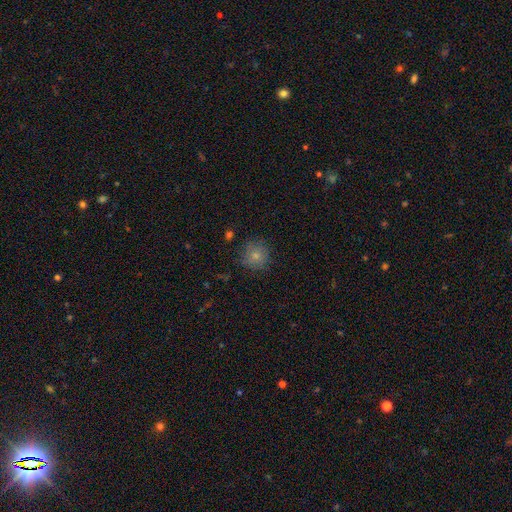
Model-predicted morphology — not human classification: Overall: smooth (79%). How rounded: round (91%). Merging: none (80%).